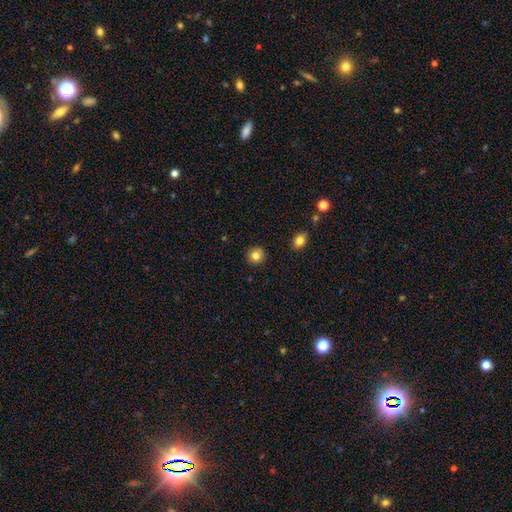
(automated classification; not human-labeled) This is clearly a smooth galaxy (82%). How rounded: clearly round (90%). Merging: clearly none (90%).